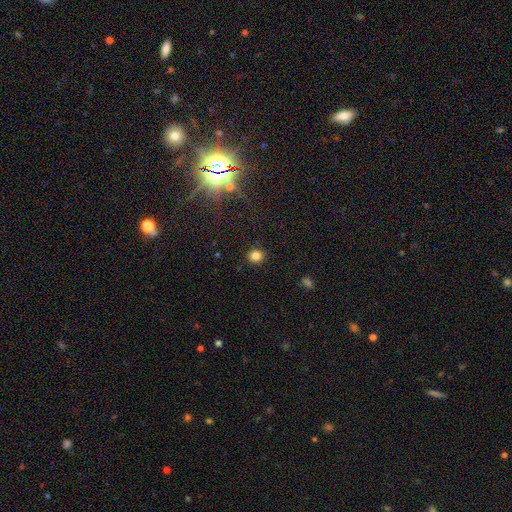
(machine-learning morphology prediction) Smooth or featured? Predicted: smooth (p=0.81). How rounded? Predicted: round (p=0.84). Merging? Predicted: none (p=0.91).